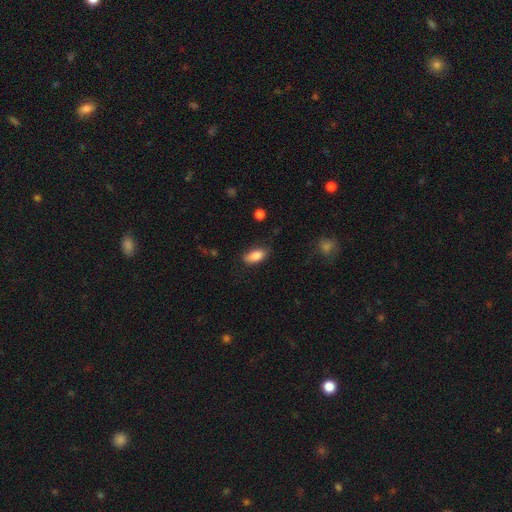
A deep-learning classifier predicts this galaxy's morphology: Smooth or featured? smooth (86%)
How rounded? in between (88%)
Merging? none (77%)